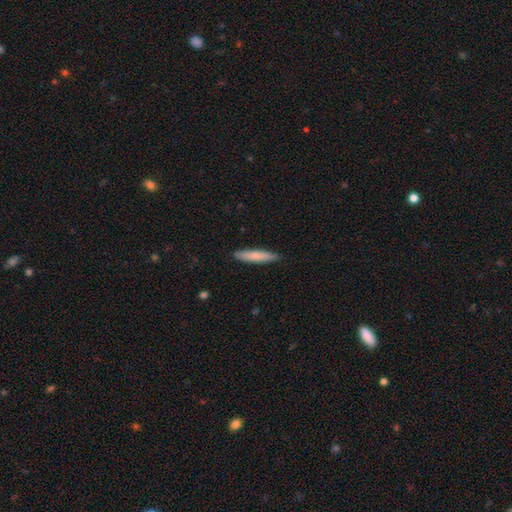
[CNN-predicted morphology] Smooth or featured? Predicted: smooth (p=0.77). How rounded? Predicted: cigar-shaped (p=0.88). Merging? Predicted: none (p=0.90).